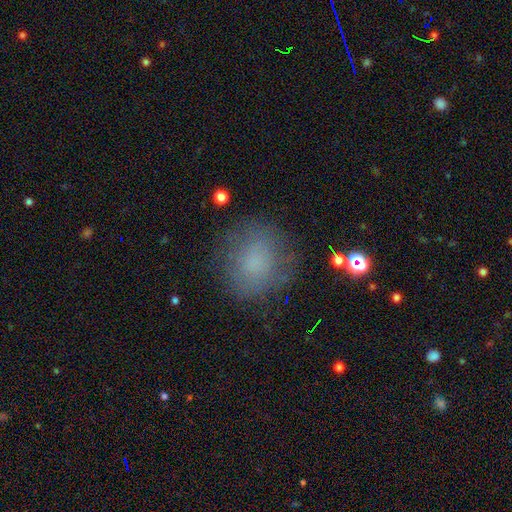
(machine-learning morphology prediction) Smooth or featured?
  - smooth: 69% *
  - star or artifact: 16%
  - featured or disk: 15%
How rounded?
  - round: 75% *
  - in between: 23%
  - cigar-shaped: 1%
Merging?
  - none: 77% *
  - minor disturbance: 15%
  - major disturbance: 6%
  - merger: 2%